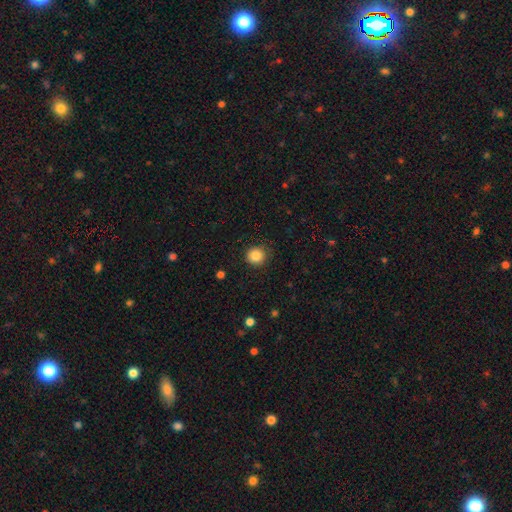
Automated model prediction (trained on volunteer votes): Smooth or featured?
  - smooth: 86% *
  - star or artifact: 10%
  - featured or disk: 4%
How rounded?
  - round: 91% *
  - in between: 8%
  - cigar-shaped: 1%
Merging?
  - none: 86% *
  - minor disturbance: 10%
  - major disturbance: 3%
  - merger: 1%